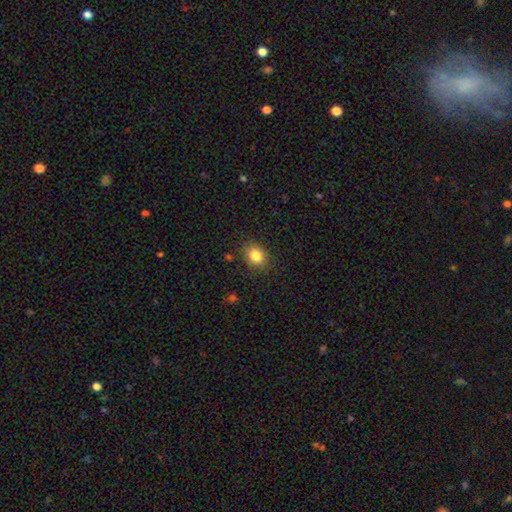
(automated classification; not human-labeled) smooth 84%, star or artifact 10%, featured or disk 6%. Down the decision tree: how rounded — in between (54%); merging — none (85%).